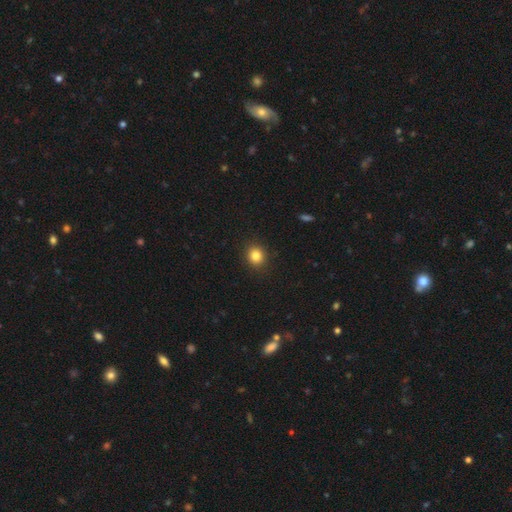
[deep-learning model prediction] smooth-or-featured: smooth: 84% | star or artifact: 11% | featured or disk: 5%
  how-rounded: round: 73% | in between: 26% | cigar-shaped: 1%
  merging: none: 90% | minor disturbance: 7% | major disturbance: 2% | merger: 1%